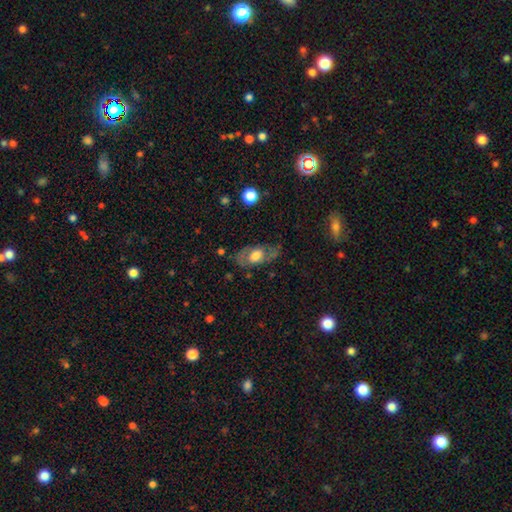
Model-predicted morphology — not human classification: type=smooth (47%); merging=none (65%).